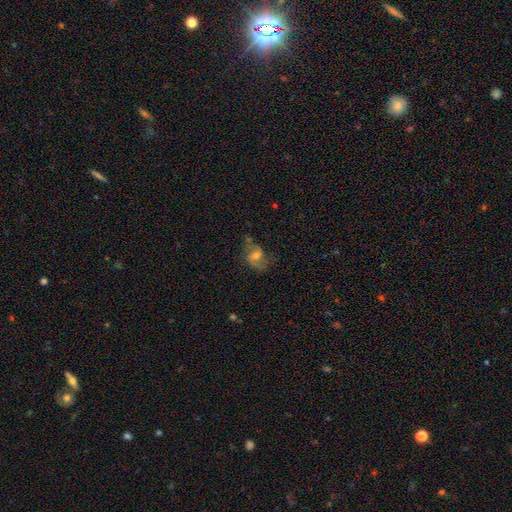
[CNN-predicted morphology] Smooth or featured? Predicted: featured or disk (p=0.64). Edge-on disk? Predicted: no (p=0.97). Bar? Predicted: weak (p=0.47). Spiral arms? Predicted: yes (p=0.87). Spiral winding? Predicted: loose (p=0.50). Spiral arm count? Predicted: 2 (p=0.83). Bulge size? Predicted: moderate (p=0.54). Merging? Predicted: none (p=0.54).